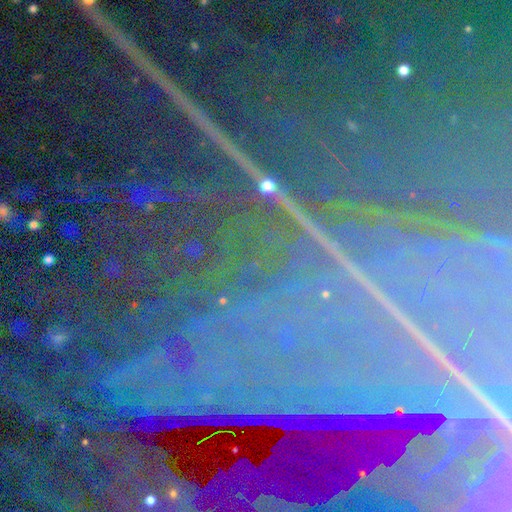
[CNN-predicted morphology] A star or artifact, not a galaxy (85%).

Vote fractions:
- Smooth or featured? star or artifact: 85% / featured or disk: 9% / smooth: 6%